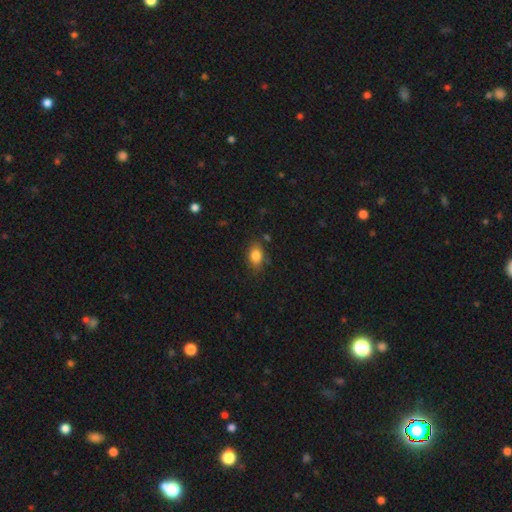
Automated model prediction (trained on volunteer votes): A smooth galaxy with no disk features (83%) that is in between round and cigar-shaped (79%).

Vote fractions:
- Smooth or featured? smooth: 83% / star or artifact: 9% / featured or disk: 8%
- How rounded? in between: 79% / round: 19% / cigar-shaped: 2%
- Merging? none: 76% / minor disturbance: 17% / major disturbance: 4% / merger: 3%